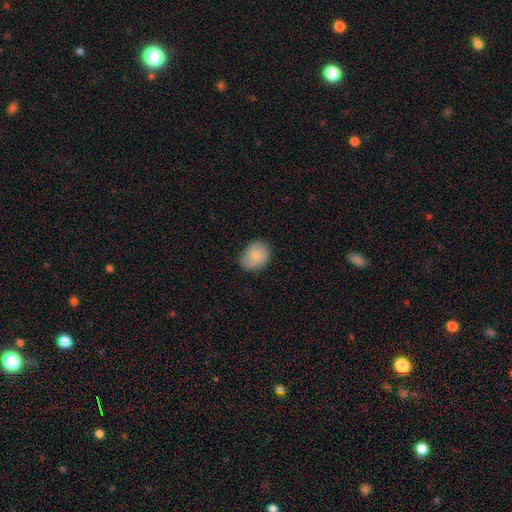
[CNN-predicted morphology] The model was most divided on "how rounded": in between: 55%, round: 45%, cigar-shaped: 1%. More confident: smooth or featured — smooth (76%); merging — none (67%).